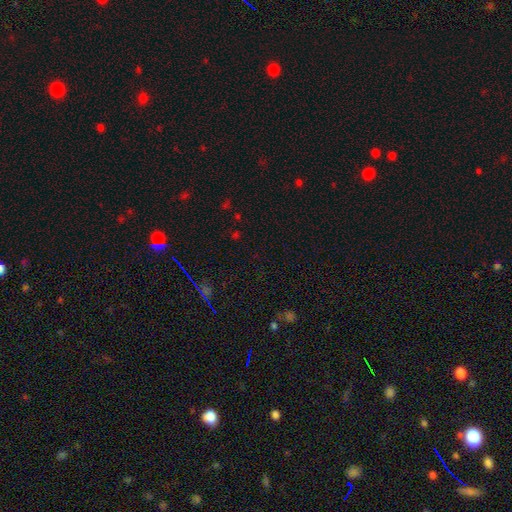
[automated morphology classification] type=star or artifact (67%).